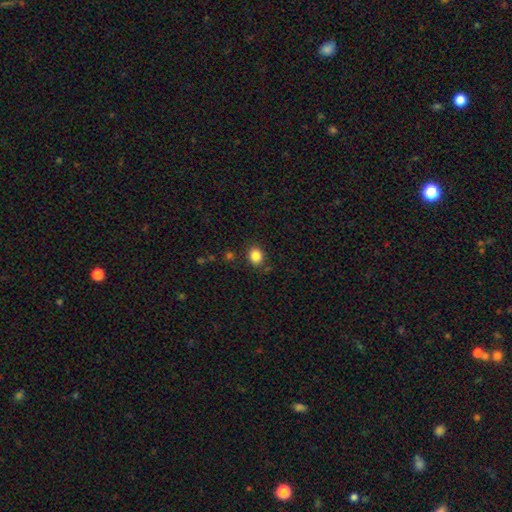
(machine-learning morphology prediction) This is clearly a smooth galaxy (85%). How rounded: likely round (64%). Merging: clearly none (85%).